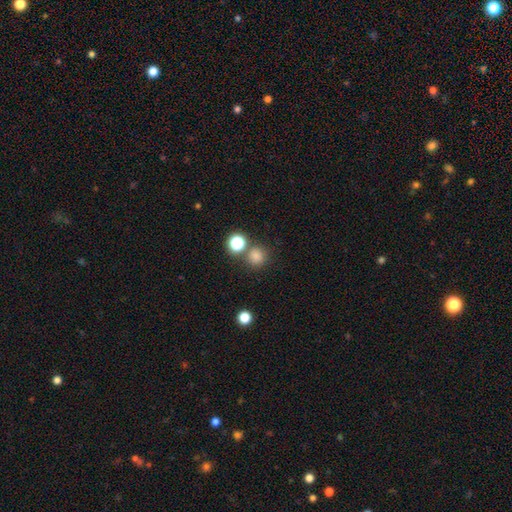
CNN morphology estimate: smooth_or_featured: smooth (p=0.79) [alt: star or artifact p=0.16]
how_rounded: round (p=0.91) [alt: in between p=0.08]
merging: none (p=0.74) [alt: merger p=0.14]